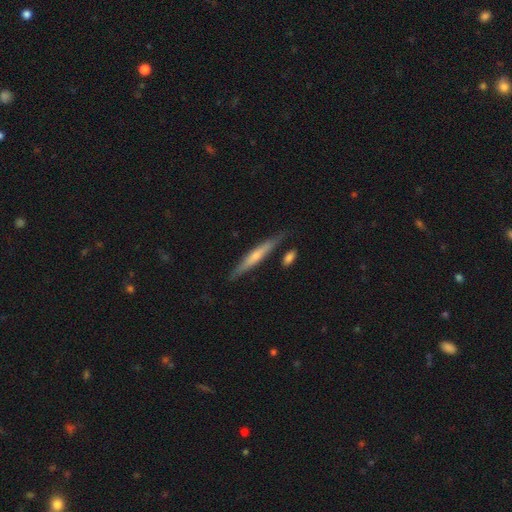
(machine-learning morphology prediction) A featured or disk galaxy (52%) viewed edge-on (95%). Merging: none (82%).